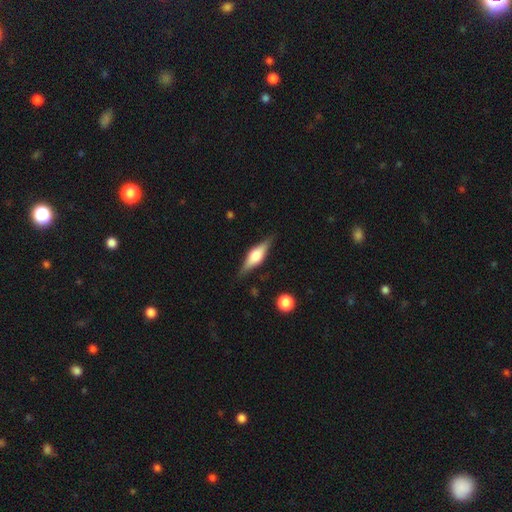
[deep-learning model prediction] Smooth or featured? featured or disk (61%)
Edge-on disk? yes (95%)
Edge-on bulge? rounded (87%)
Merging? none (84%)